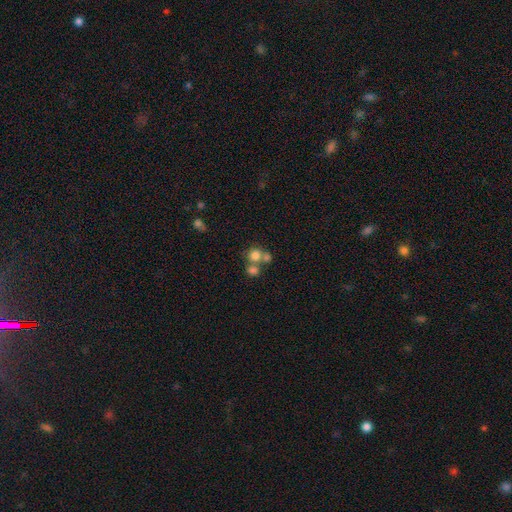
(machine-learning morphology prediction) A smooth galaxy with no disk features (74%) that is round (85%). Merging: merger (45%).